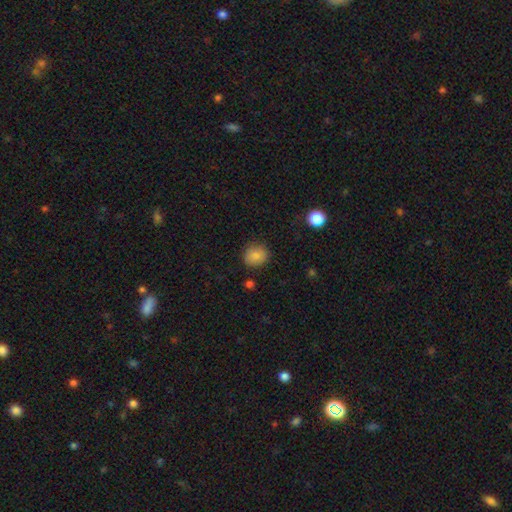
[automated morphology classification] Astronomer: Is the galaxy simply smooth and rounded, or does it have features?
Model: smooth — 84%.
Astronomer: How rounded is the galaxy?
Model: round — 78%.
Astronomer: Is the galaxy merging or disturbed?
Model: none — 85%.